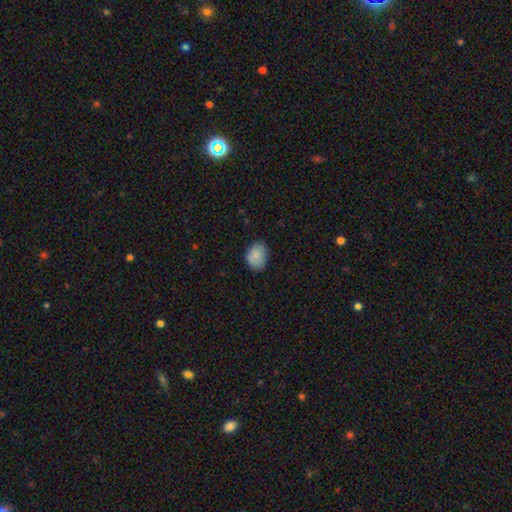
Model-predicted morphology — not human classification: The model was most divided on "how rounded": in between: 59%, round: 40%, cigar-shaped: 1%. More confident: smooth or featured — smooth (87%); merging — none (77%).